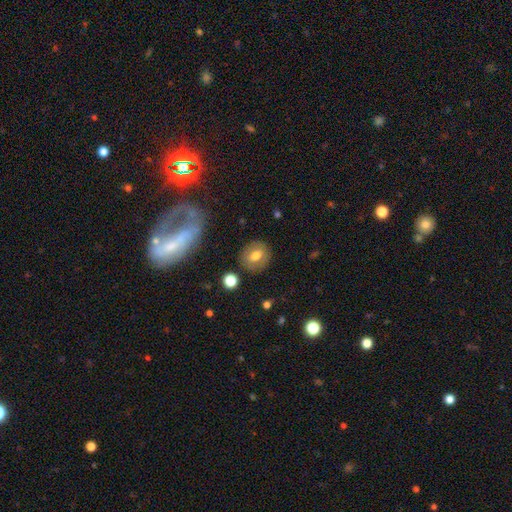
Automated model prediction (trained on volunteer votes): Morphology: type=smooth (68%); roundness=round (67%); merging=none (84%).